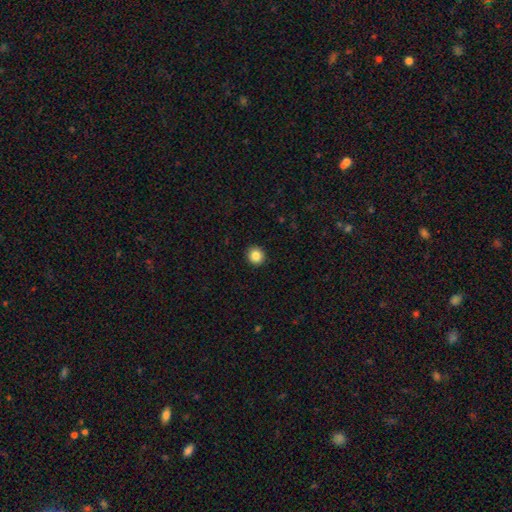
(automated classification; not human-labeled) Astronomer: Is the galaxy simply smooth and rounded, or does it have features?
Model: smooth — 86%.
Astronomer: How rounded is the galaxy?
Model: round — 92%.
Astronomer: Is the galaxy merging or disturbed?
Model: none — 93%.